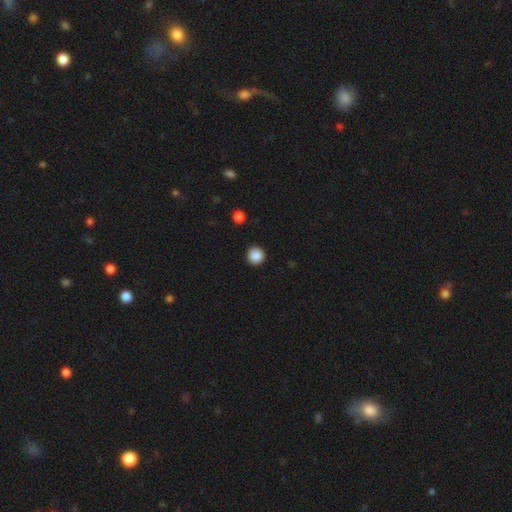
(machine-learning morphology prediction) Smooth or featured: smooth — 88% (star or artifact — 9%)
How rounded: round — 95% (in between — 4%)
Merging: none — 92% (minor disturbance — 5%)